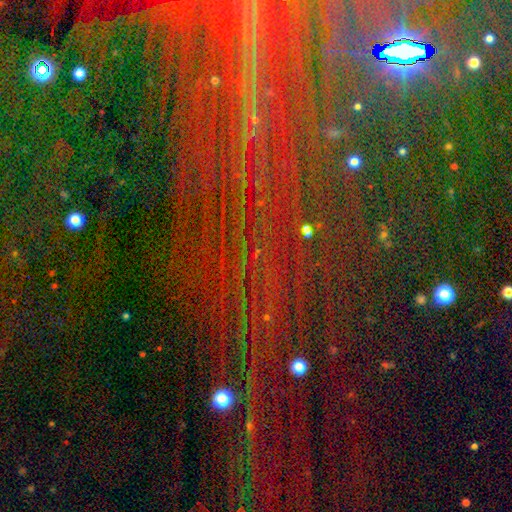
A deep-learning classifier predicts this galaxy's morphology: A star or artifact, not a galaxy (77%).

Vote fractions:
- Smooth or featured? star or artifact: 77% / featured or disk: 13% / smooth: 10%